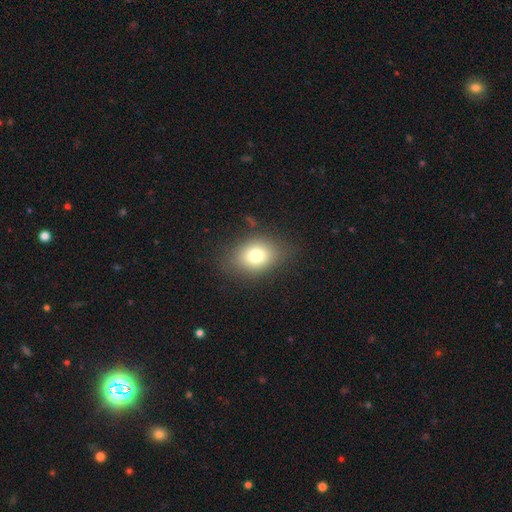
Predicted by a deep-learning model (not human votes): smooth-or-featured: smooth: 77% | featured or disk: 12% | star or artifact: 11%
  how-rounded: in between: 64% | round: 35% | cigar-shaped: 1%
  merging: none: 79% | minor disturbance: 14% | major disturbance: 5% | merger: 2%